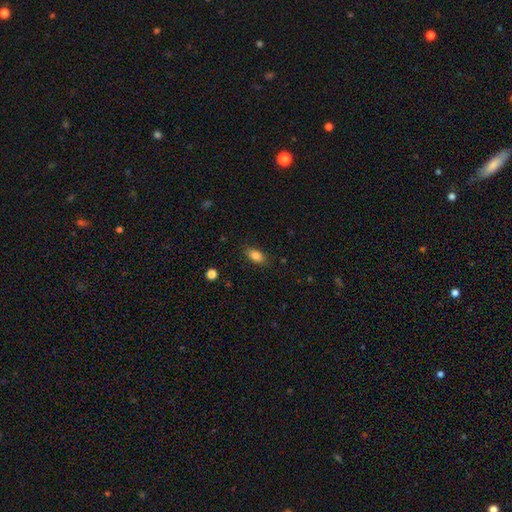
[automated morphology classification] Overall: smooth (85%). How rounded: in between (87%). Merging: none (85%).